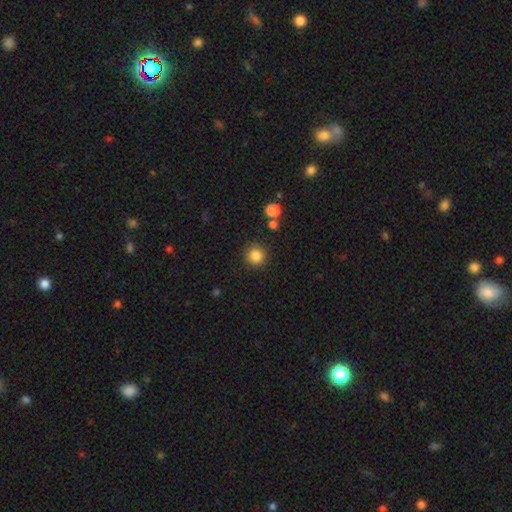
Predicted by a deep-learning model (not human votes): Smooth or featured? smooth (84%)
How rounded? round (94%)
Merging? none (89%)